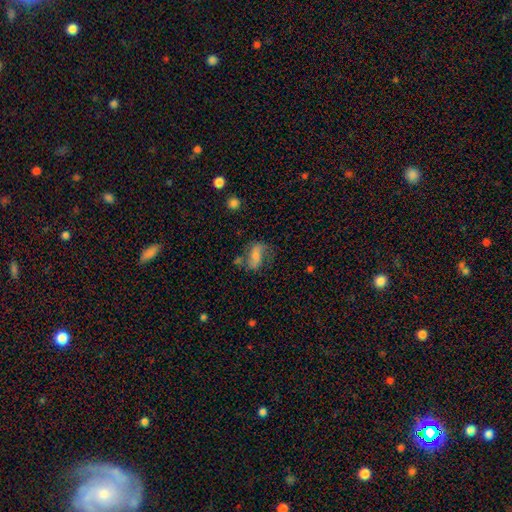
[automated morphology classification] featured or disk 48%, smooth 42%, star or artifact 10%. Down the decision tree: merging — none (48%).